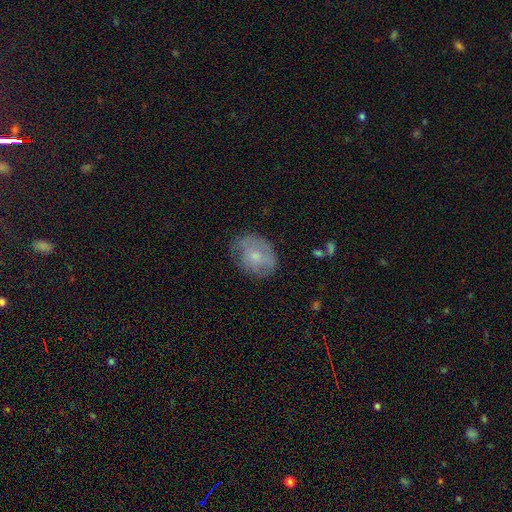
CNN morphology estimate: Smooth or featured? smooth (53%)
How rounded? in between (57%)
Merging? none (61%)